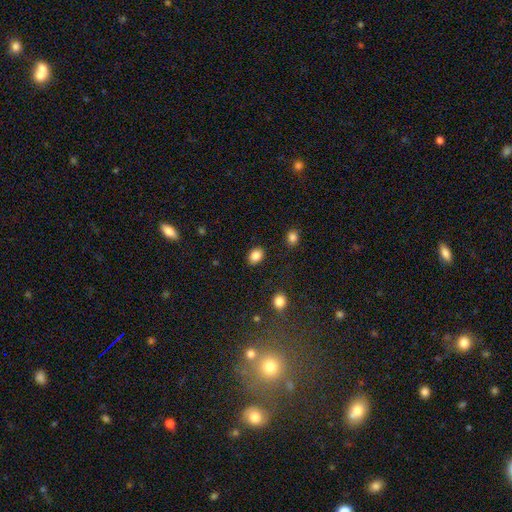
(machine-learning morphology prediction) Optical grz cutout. It shows a smooth galaxy with no disk features (86%) that is in between round and cigar-shaped (59%). Merging: none (86%).